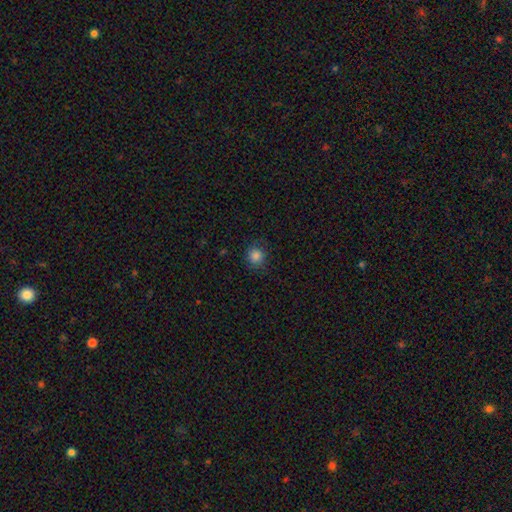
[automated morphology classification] Q: Smooth or featured?
A: smooth (85%); runner-up: star or artifact (10%)
Q: How rounded?
A: round (89%); runner-up: in between (10%)
Q: Merging?
A: none (81%); runner-up: minor disturbance (14%)